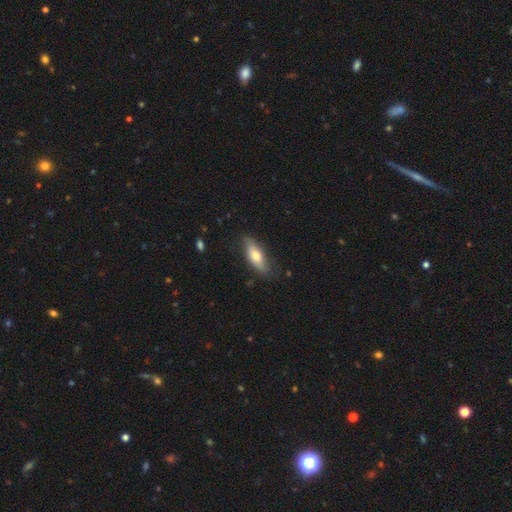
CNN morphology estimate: smooth 61%, featured or disk 33%, star or artifact 6%. Down the decision tree: how rounded — in between (69%); merging — none (76%).